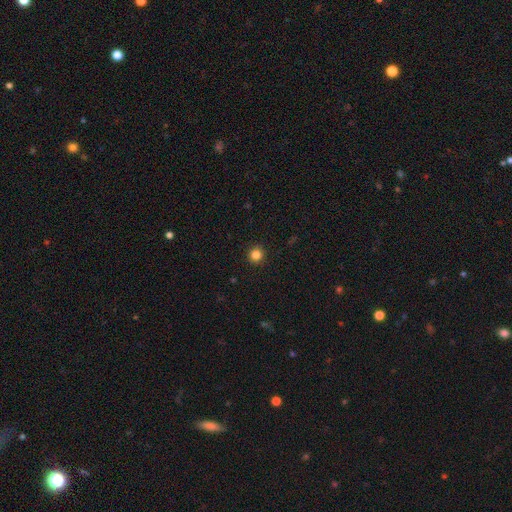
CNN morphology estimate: Smooth or featured? smooth (84%)
How rounded? round (95%)
Merging? none (93%)